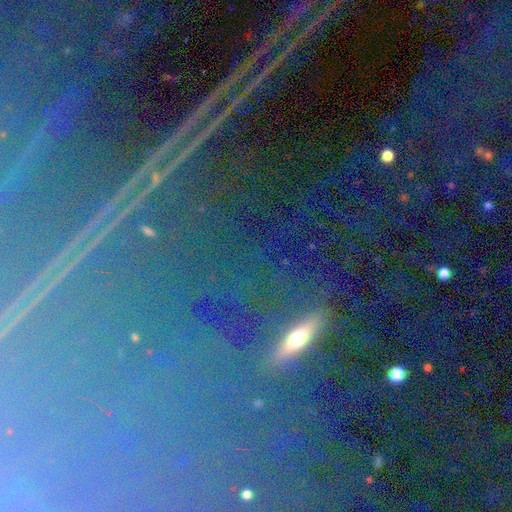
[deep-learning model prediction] smooth-or-featured: star or artifact: 67% | smooth: 17% | featured or disk: 16%